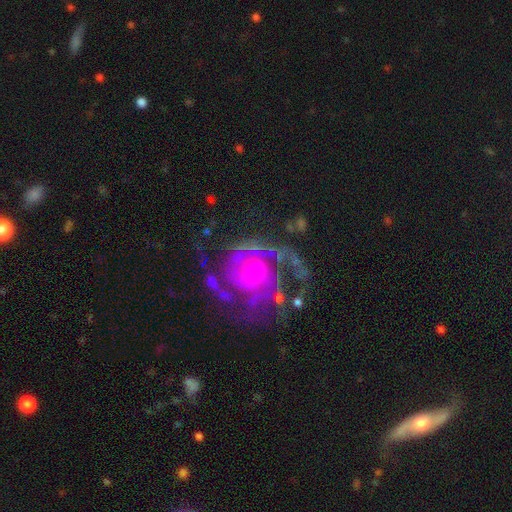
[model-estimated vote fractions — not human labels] Morphology: type=featured or disk (79%); edge-on=no (97%); bar=no (71%); spiral arms=yes (86%); winding=medium (42%); arm count=2 (33%); bulge=moderate (63%); merging=none (47%).